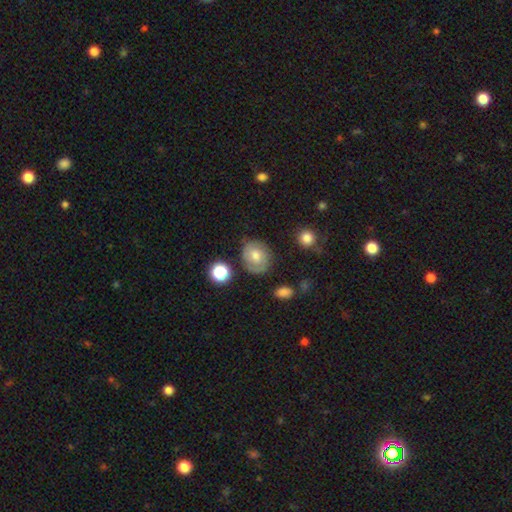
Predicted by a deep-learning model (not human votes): smooth-or-featured: featured or disk: 49% | smooth: 41% | star or artifact: 10%
  merging: none: 73% | minor disturbance: 19% | major disturbance: 6% | merger: 3%